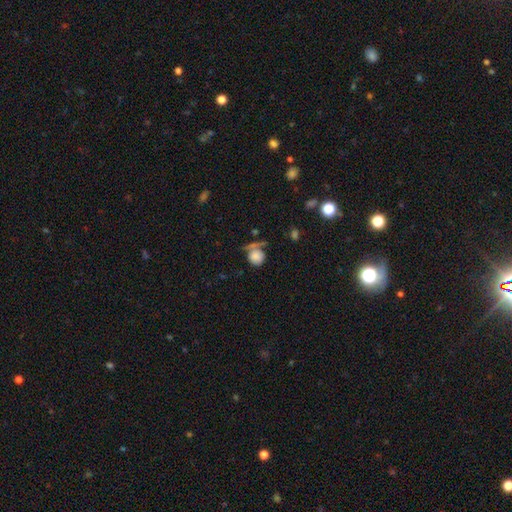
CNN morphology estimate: Smooth or featured? smooth (78%)
How rounded? round (83%)
Merging? none (46%)